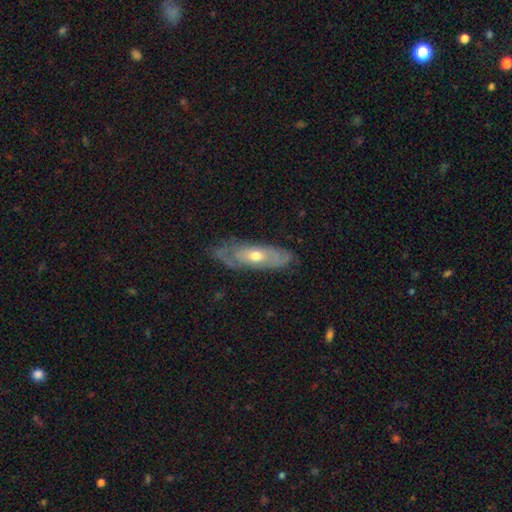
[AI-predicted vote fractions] Smooth or featured? featured or disk (71%)
Edge-on disk? no (74%)
Bar? no (80%)
Spiral arms? yes (63%)
Bulge size? moderate (68%)
Merging? none (73%)